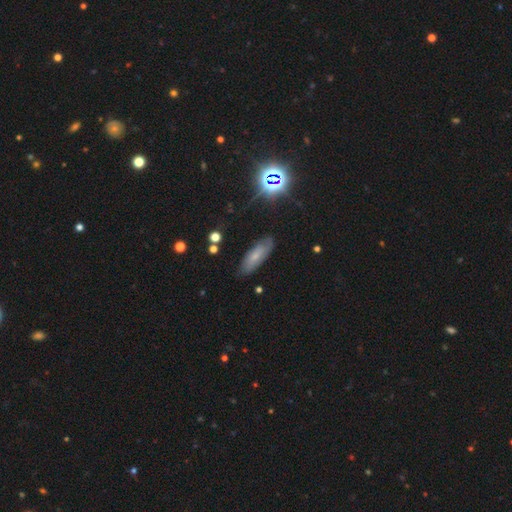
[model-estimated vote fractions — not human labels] Morphology: type=smooth (56%); roundness=in between (62%); merging=none (79%).